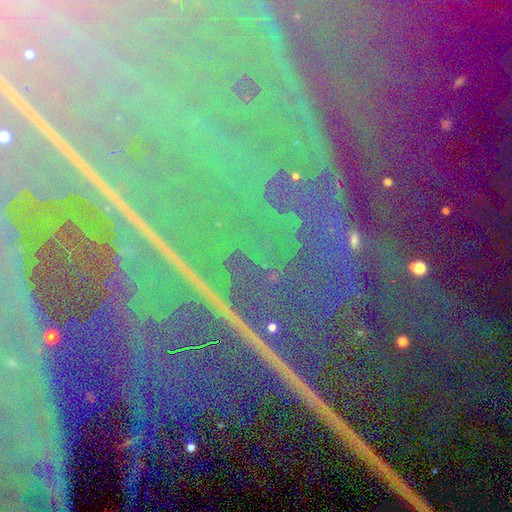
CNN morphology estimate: type=star or artifact (86%).